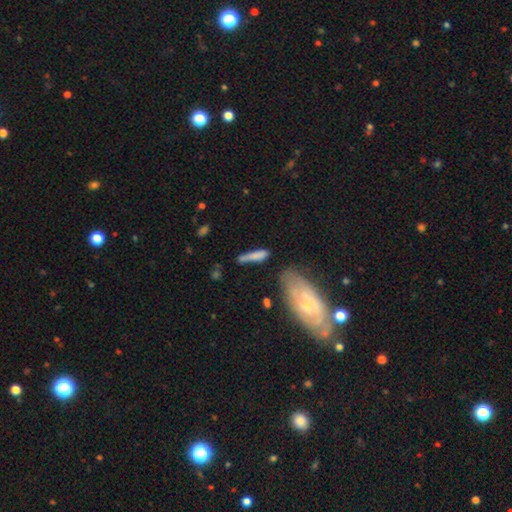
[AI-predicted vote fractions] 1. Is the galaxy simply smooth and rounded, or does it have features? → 73% smooth, 20% featured or disk, 7% star or artifact.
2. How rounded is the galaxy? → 79% cigar-shaped, 19% in between, 2% round.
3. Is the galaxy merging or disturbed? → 54% none, 26% minor disturbance, 11% major disturbance, 9% merger.